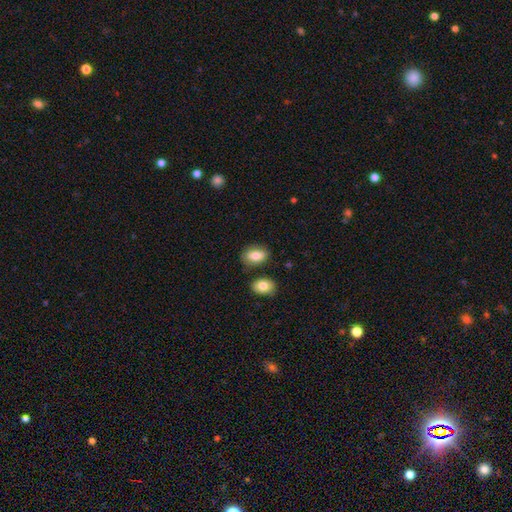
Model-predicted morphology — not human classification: Overall: smooth (79%). How rounded: in between (88%). Merging: none (71%).